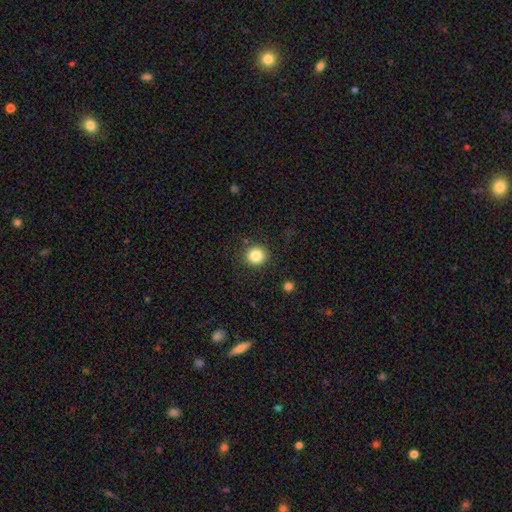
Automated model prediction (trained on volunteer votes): Smooth or featured? smooth (84%)
How rounded? round (88%)
Merging? none (89%)